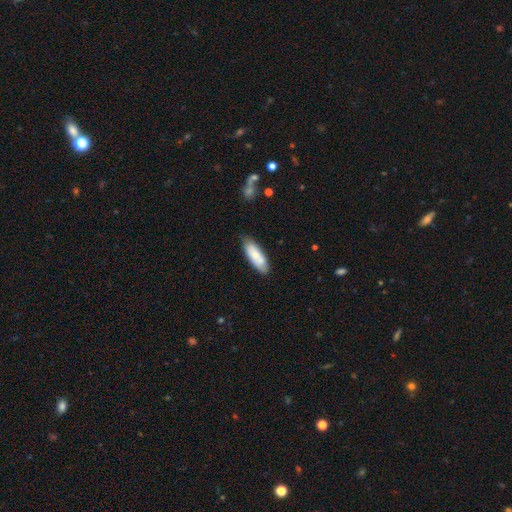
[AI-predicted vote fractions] This appears to be a smooth galaxy with no disk features (73%) that is in between round and cigar-shaped (64%). Merging: none (74%).